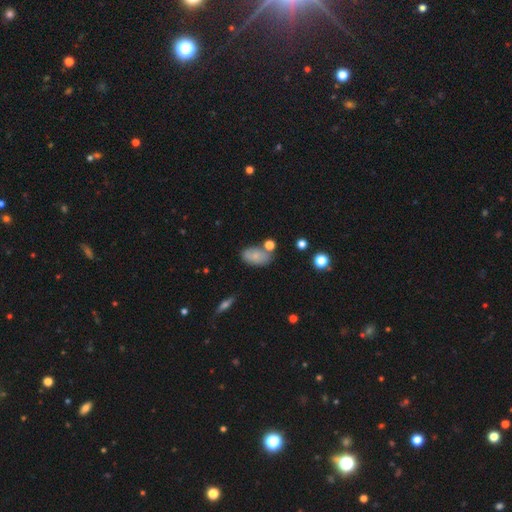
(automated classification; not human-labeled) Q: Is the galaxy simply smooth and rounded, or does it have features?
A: smooth — 72%.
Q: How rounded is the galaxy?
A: in between — 90%.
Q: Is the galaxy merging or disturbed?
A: none — 62%.